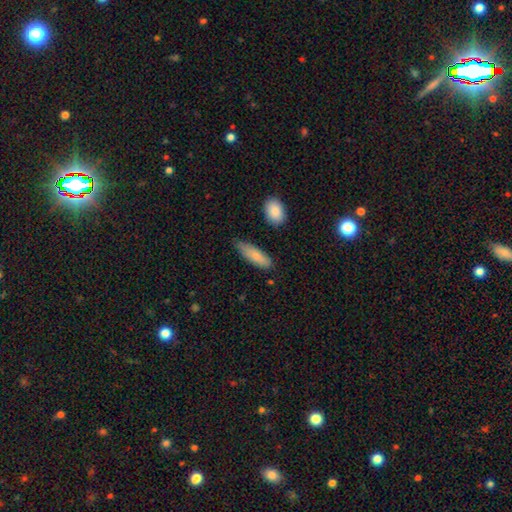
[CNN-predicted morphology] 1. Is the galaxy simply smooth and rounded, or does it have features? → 80% smooth, 14% featured or disk, 6% star or artifact.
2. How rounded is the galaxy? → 56% in between, 42% cigar-shaped, 2% round.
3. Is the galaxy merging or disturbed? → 68% none, 25% minor disturbance, 4% major disturbance, 3% merger.